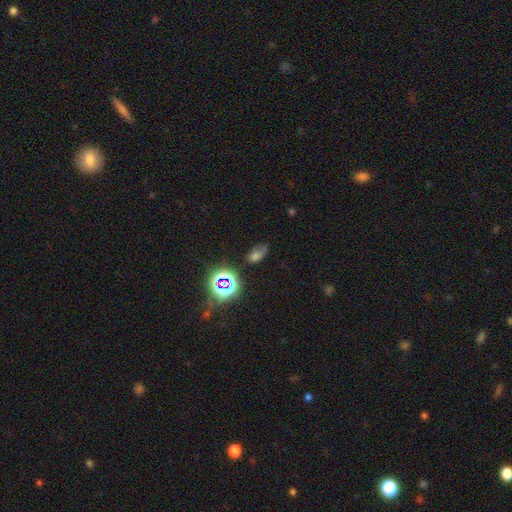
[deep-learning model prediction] The model was most divided on "smooth or featured": smooth: 53%, star or artifact: 33%, featured or disk: 14%. More confident: how rounded — in between (80%); merging — none (52%).